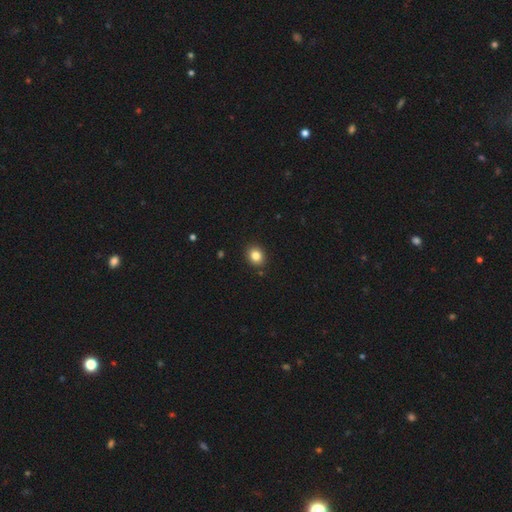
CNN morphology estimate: A smooth galaxy with no disk features (83%) that is round (62%).

Vote fractions:
- Smooth or featured? smooth: 83% / star or artifact: 11% / featured or disk: 6%
- How rounded? round: 62% / in between: 37% / cigar-shaped: 1%
- Merging? none: 90% / minor disturbance: 7% / major disturbance: 2% / merger: 1%